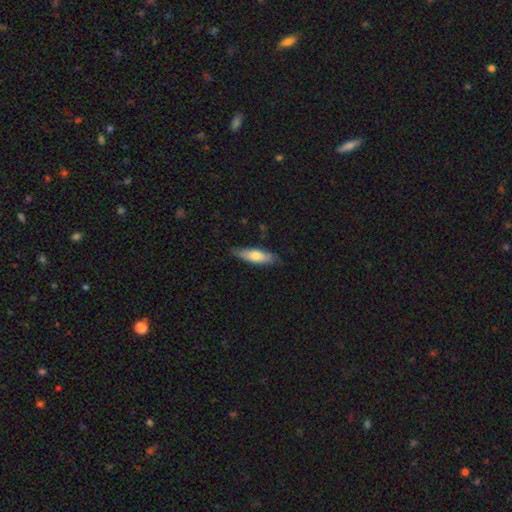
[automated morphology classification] Overall: smooth (66%; featured or disk 28%). How rounded: cigar-shaped (52%; in between 46%). Merging: none (79%).